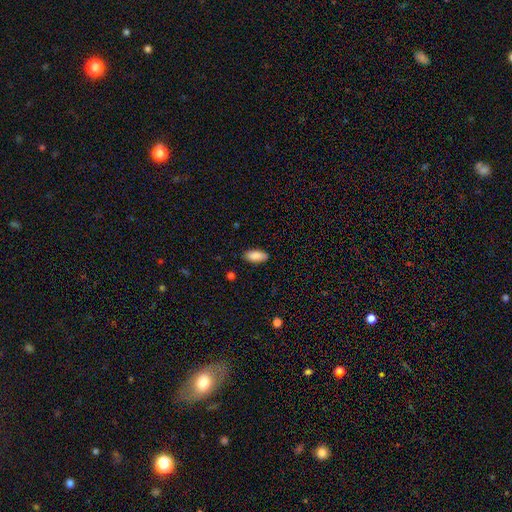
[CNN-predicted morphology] A smooth galaxy with no disk features (89%) that is in between round and cigar-shaped (87%). Merging: none (87%).